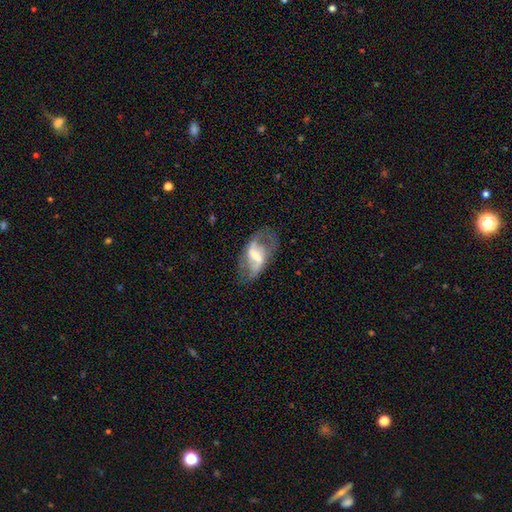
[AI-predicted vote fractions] This appears to be a featured or disk galaxy (73%) with a strong bar (51%), 2 (81%) loose (52%) spiral arms (76%) and a moderate central bulge (32%). Merging: none (61%).